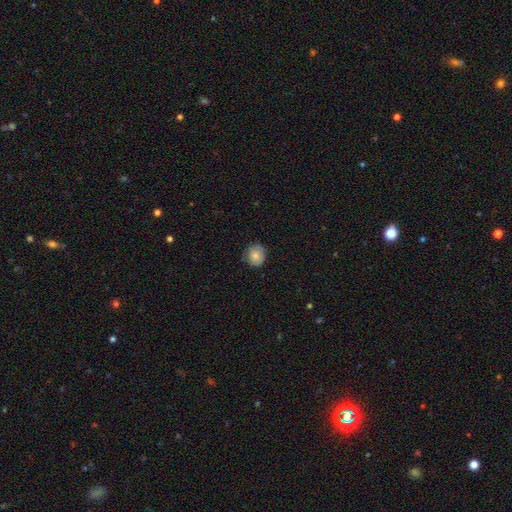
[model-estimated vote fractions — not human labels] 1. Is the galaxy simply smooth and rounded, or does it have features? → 80% smooth, 12% featured or disk, 8% star or artifact.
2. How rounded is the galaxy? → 80% round, 19% in between, 1% cigar-shaped.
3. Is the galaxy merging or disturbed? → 80% none, 17% minor disturbance, 3% major disturbance, 1% merger.